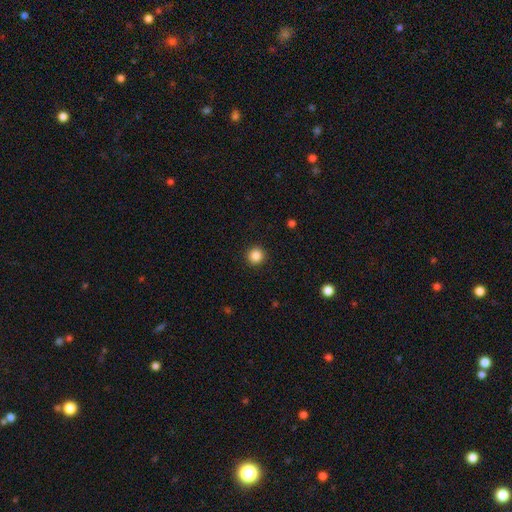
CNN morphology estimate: This is clearly a smooth galaxy (86%). How rounded: clearly round (95%). Merging: clearly none (93%).